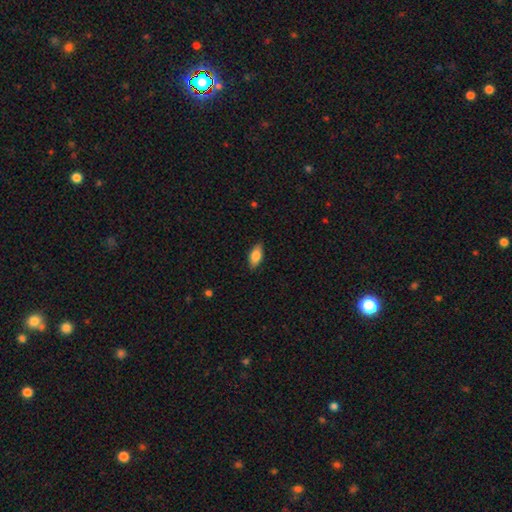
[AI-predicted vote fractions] Smooth or featured: smooth — 79% (featured or disk — 15%)
How rounded: in between — 87% (cigar-shaped — 10%)
Merging: none — 86% (minor disturbance — 11%)